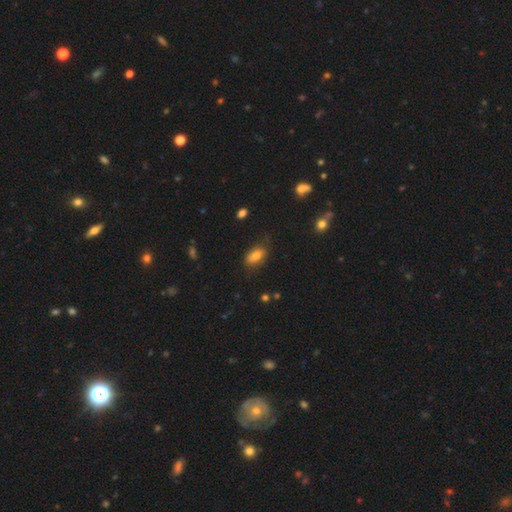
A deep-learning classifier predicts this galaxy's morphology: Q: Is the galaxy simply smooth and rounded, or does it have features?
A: smooth — 76%.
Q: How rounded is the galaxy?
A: in between — 87%.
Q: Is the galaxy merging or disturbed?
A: none — 71%.